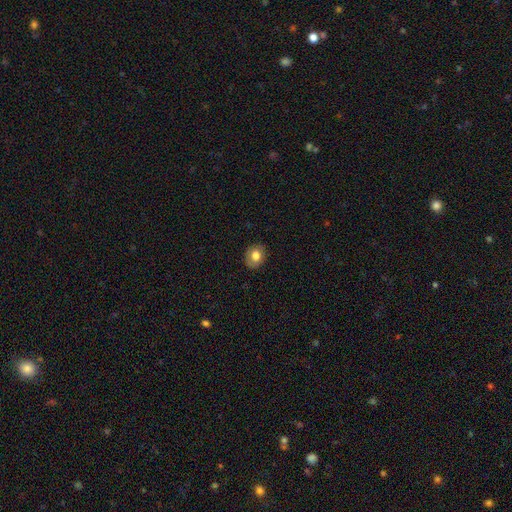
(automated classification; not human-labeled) A smooth galaxy with no disk features (76%) that is round (55%). Merging: none (85%).